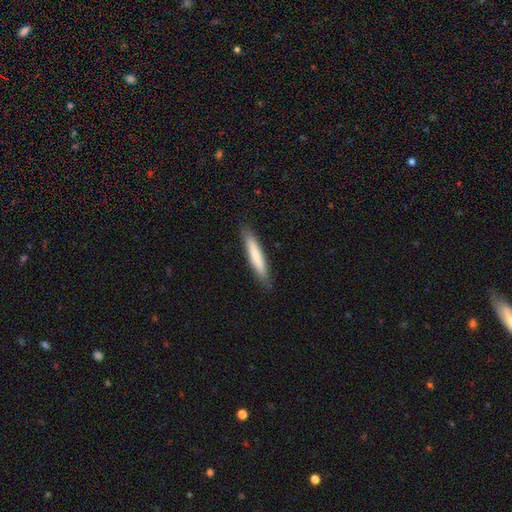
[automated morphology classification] Smooth or featured?
  - smooth: 76% *
  - featured or disk: 19%
  - star or artifact: 6%
How rounded?
  - cigar-shaped: 93% *
  - in between: 6%
  - round: 1%
Merging?
  - none: 88% *
  - minor disturbance: 10%
  - major disturbance: 2%
  - merger: 1%